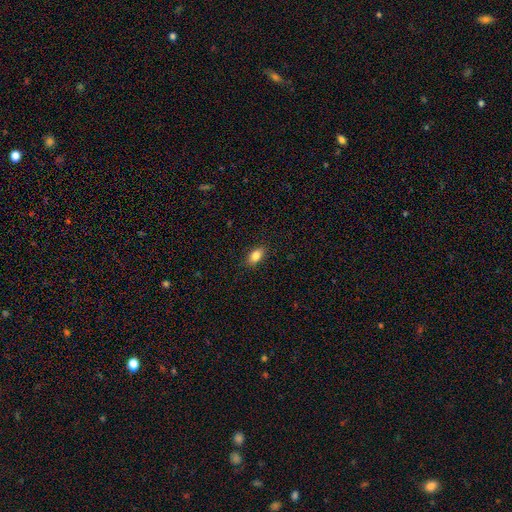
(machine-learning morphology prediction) This is clearly a smooth galaxy (84%). How rounded: clearly in between (88%). Merging: clearly none (88%).